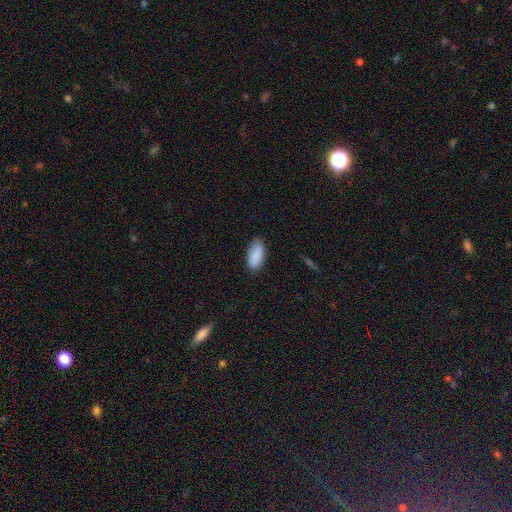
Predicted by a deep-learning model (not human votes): A smooth galaxy with no disk features (89%) that is in between round and cigar-shaped (92%). Merging: none (81%).